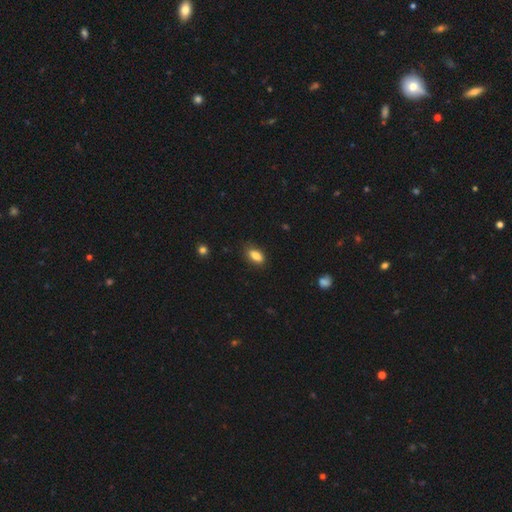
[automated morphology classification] smooth 85%, star or artifact 8%, featured or disk 7%. Down the decision tree: how rounded — in between (88%); merging — none (81%).